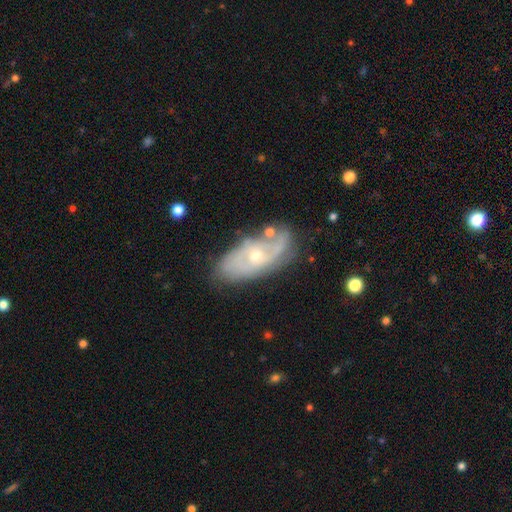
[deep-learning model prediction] Overall: featured or disk (75%). Edge-on disk: no (92%). Bar: no (71%). Spiral arms: yes (85%). Spiral arm count: 2 (44%; can't tell 34%). Spiral winding: tight (41%; medium 39%). Bulge size: small (58%; moderate 38%). Merging: none (63%).